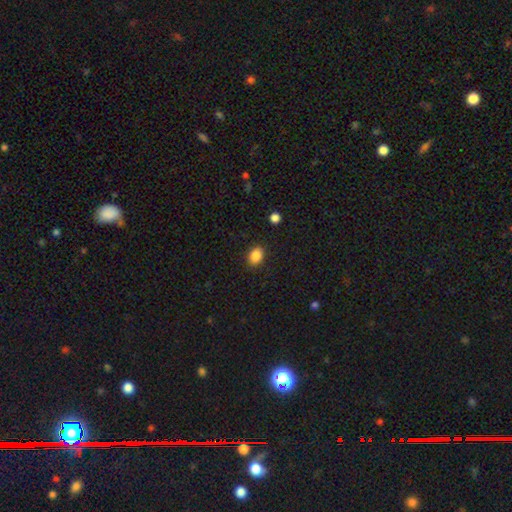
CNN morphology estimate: smooth 87%, star or artifact 9%, featured or disk 4%. Down the decision tree: how rounded — in between (63%); merging — none (88%).